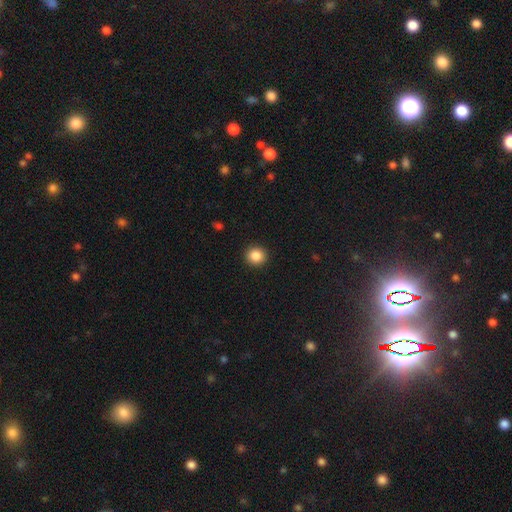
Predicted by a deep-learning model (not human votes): This is clearly a smooth galaxy (87%). How rounded: clearly round (92%). Merging: clearly none (92%).